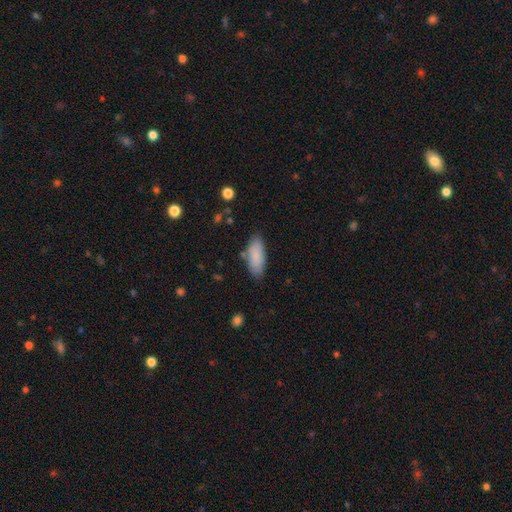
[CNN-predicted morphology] smooth_or_featured: smooth (p=0.87) [alt: featured or disk p=0.07]
how_rounded: in between (p=0.80) [alt: cigar-shaped p=0.18]
merging: none (p=0.80) [alt: minor disturbance p=0.14]